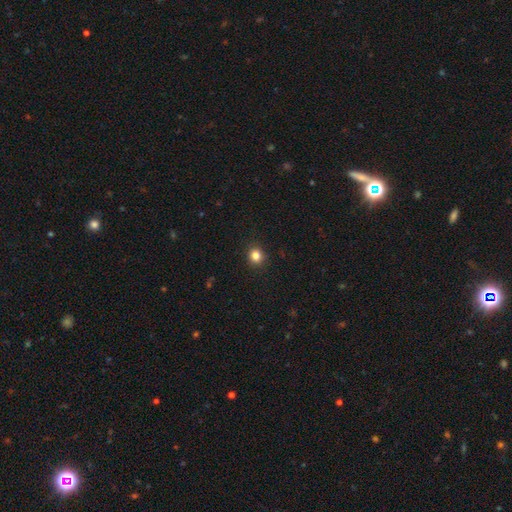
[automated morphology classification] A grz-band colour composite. It shows a smooth galaxy with no disk features (83%) that is round (86%). Merging: none (91%).